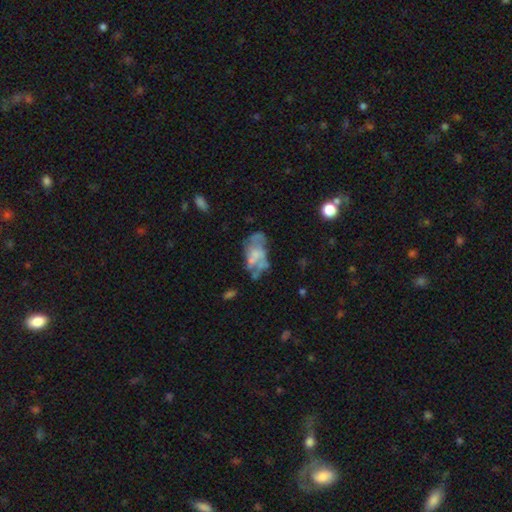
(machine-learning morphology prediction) This appears to be a featured or disk galaxy (59%) with no bar (83%), no spiral arms (80%) and no central bulge (46%). Merging: none (36%).